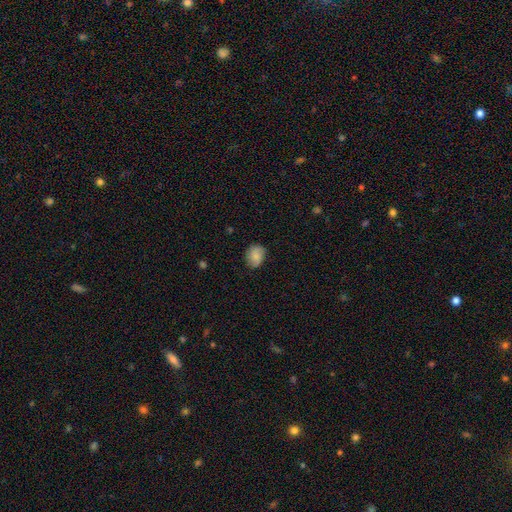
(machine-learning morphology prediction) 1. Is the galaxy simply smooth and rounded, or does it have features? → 80% smooth, 12% featured or disk, 7% star or artifact.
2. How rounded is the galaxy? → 51% in between, 48% round, 1% cigar-shaped.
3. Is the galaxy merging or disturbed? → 75% none, 20% minor disturbance, 4% major disturbance, 1% merger.